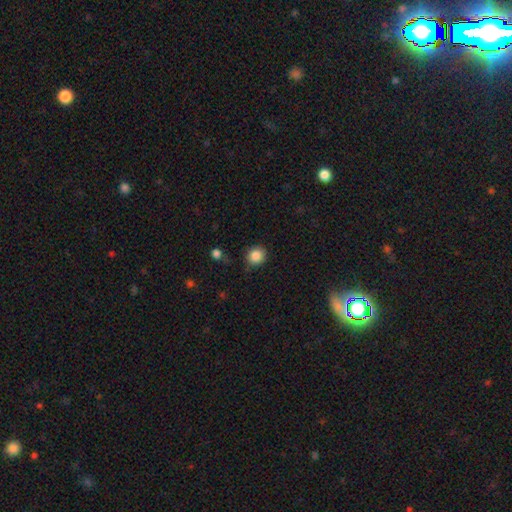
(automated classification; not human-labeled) Morphology: type=smooth (86%); roundness=round (86%); merging=none (82%).